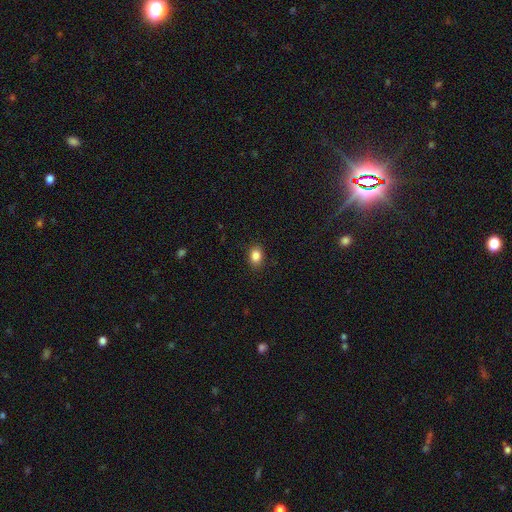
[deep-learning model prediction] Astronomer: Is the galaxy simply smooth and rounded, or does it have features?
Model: smooth — 85%.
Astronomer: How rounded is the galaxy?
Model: in between — 68%.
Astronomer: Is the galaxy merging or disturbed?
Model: none — 88%.